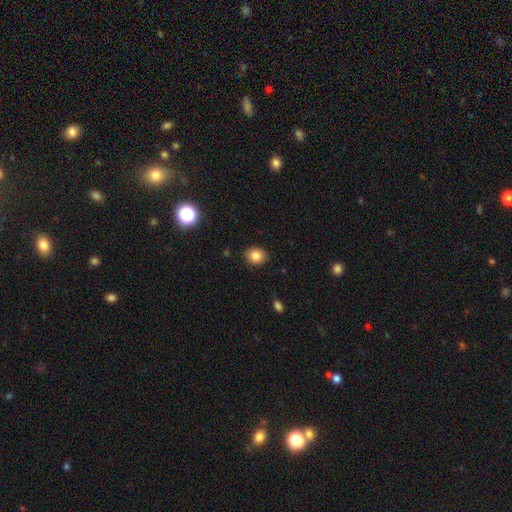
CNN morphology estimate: Smooth or featured?
  - smooth: 83% *
  - star or artifact: 10%
  - featured or disk: 6%
How rounded?
  - round: 61% *
  - in between: 38%
  - cigar-shaped: 1%
Merging?
  - none: 88% *
  - minor disturbance: 8%
  - major disturbance: 2%
  - merger: 1%